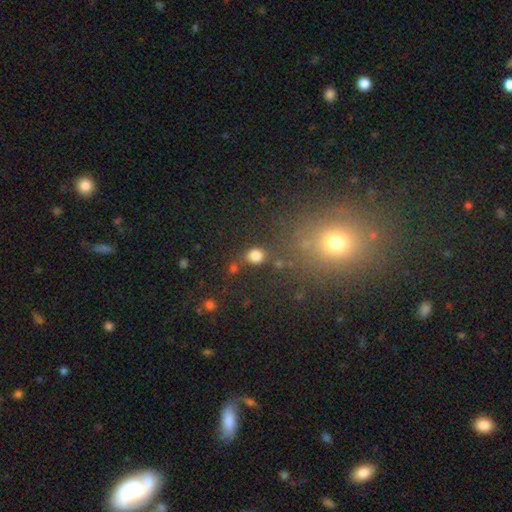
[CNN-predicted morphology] Overall: smooth (81%). How rounded: round (64%; in between 34%). Merging: none (72%).